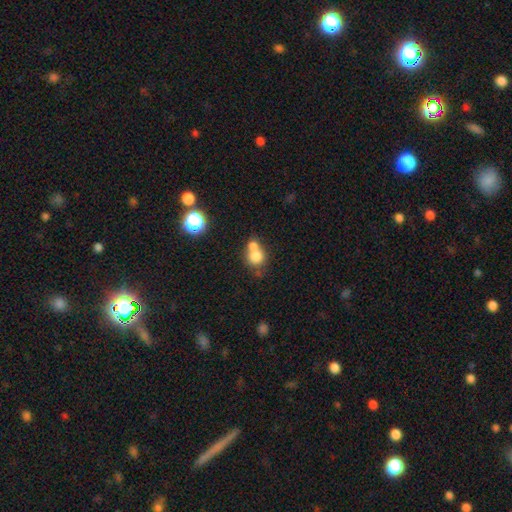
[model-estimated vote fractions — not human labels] smooth_or_featured: smooth (p=0.76) [alt: featured or disk p=0.13]
how_rounded: round (p=0.81) [alt: in between p=0.18]
merging: merger (p=0.56) [alt: none p=0.34]